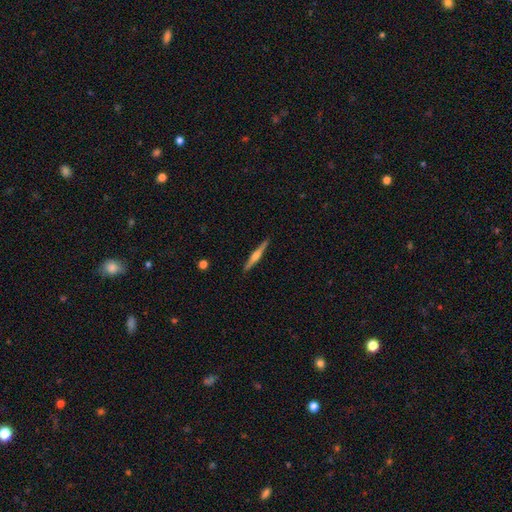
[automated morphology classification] smooth-or-featured: featured or disk: 69% | smooth: 26% | star or artifact: 5%
  disk-edge-on: yes: 98% | no: 2%
    edge-on-bulge: rounded: 77% | boxy: 13% | none: 10%
  merging: none: 91% | minor disturbance: 6% | major disturbance: 1% | merger: 1%